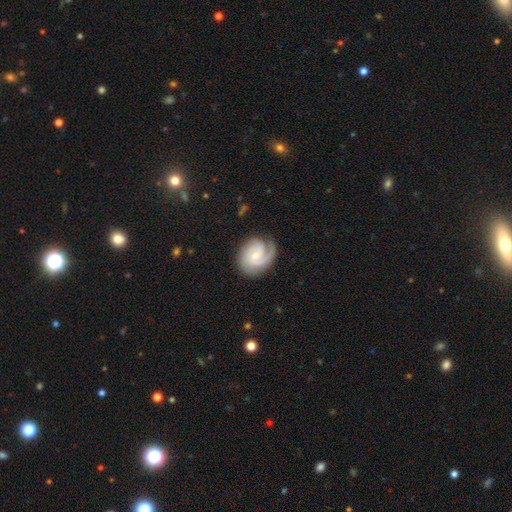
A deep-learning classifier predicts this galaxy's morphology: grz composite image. It shows a featured or disk galaxy (81%) with no bar (58%), 2 (38%) tight (51%) spiral arms (96%) and a small central bulge (66%). Merging: none (71%).